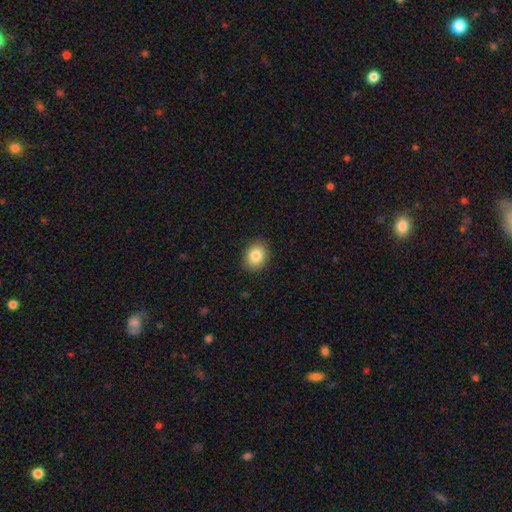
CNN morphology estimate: Overall: smooth (84%). How rounded: round (57%; in between 43%). Merging: none (89%).